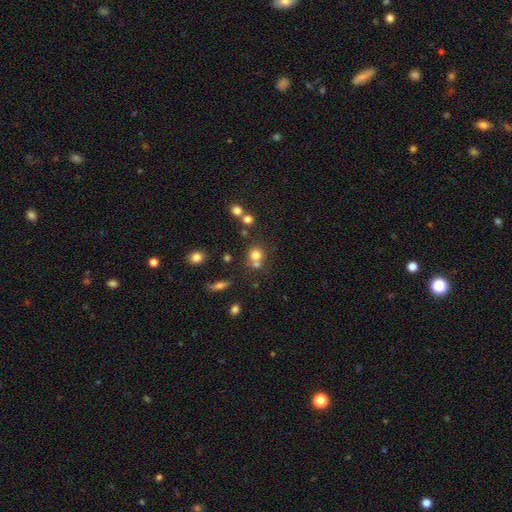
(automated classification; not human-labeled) smooth_or_featured: smooth (p=0.74) [alt: star or artifact p=0.15]
how_rounded: round (p=0.84) [alt: in between p=0.15]
merging: none (p=0.51) [alt: merger p=0.36]